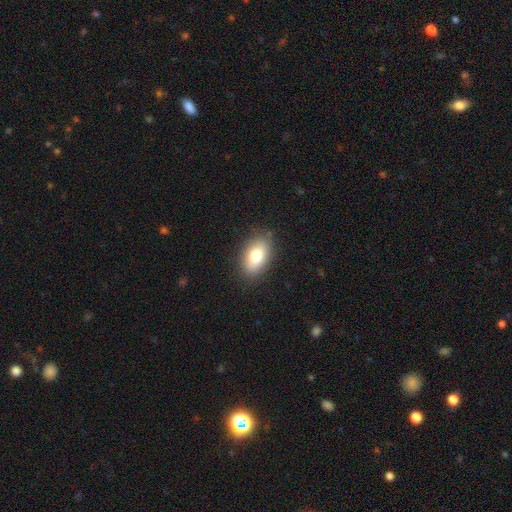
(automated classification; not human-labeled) Smooth or featured? Predicted: smooth (p=0.77). How rounded? Predicted: in between (p=0.89). Merging? Predicted: none (p=0.84).